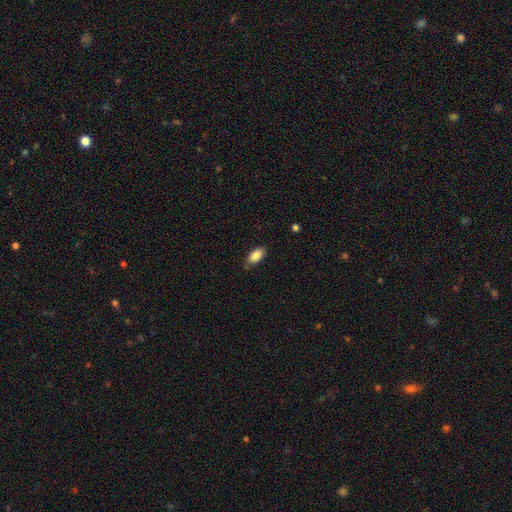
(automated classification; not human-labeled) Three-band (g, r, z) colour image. It shows a smooth galaxy with no disk features (85%) that is in between round and cigar-shaped (91%). Merging: none (80%).